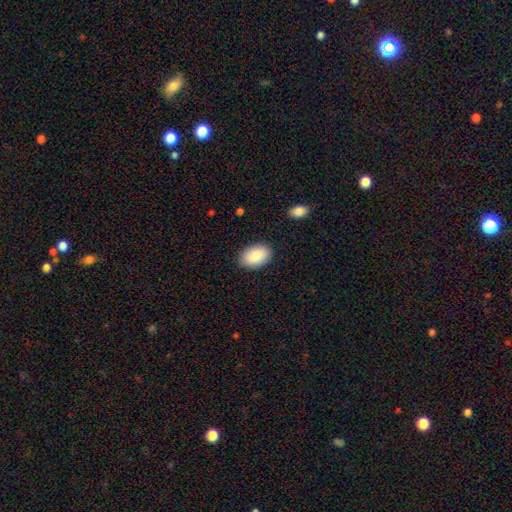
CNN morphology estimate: This appears to be a smooth galaxy with no disk features (87%) that is in between round and cigar-shaped (89%). Merging: none (88%).